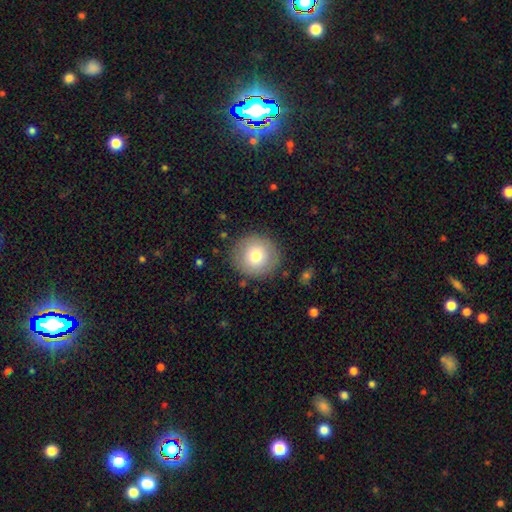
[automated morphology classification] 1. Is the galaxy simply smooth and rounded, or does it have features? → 78% smooth, 14% featured or disk, 9% star or artifact.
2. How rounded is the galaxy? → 94% round, 5% in between, 1% cigar-shaped.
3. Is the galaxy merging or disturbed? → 87% none, 8% minor disturbance, 3% major disturbance, 1% merger.